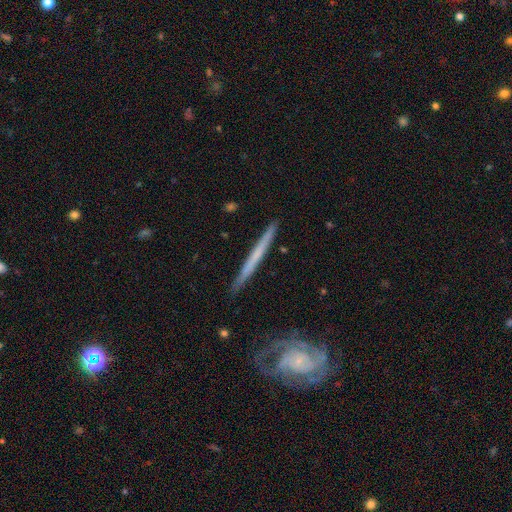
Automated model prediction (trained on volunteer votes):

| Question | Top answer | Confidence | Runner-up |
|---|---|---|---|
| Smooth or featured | featured or disk | 63% | smooth (32%) |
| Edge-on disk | yes | 89% | no (11%) |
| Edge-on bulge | none | 85% | rounded (11%) |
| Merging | none | 87% | minor disturbance (9%) |